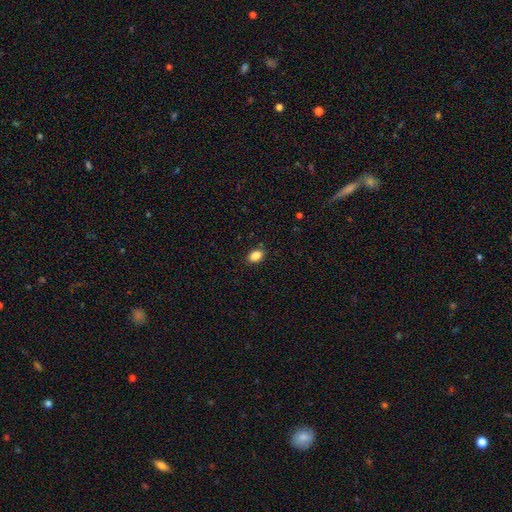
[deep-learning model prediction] Smooth or featured? Predicted: smooth (p=0.86). How rounded? Predicted: in between (p=0.84). Merging? Predicted: none (p=0.87).